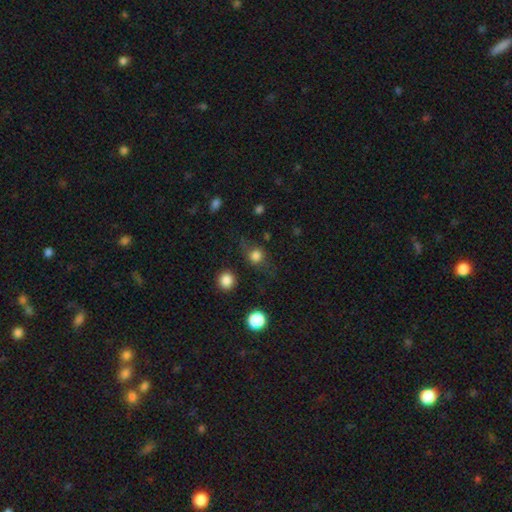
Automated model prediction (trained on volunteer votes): A smooth galaxy with no disk features (76%) that is round (82%). Merging: none (67%).